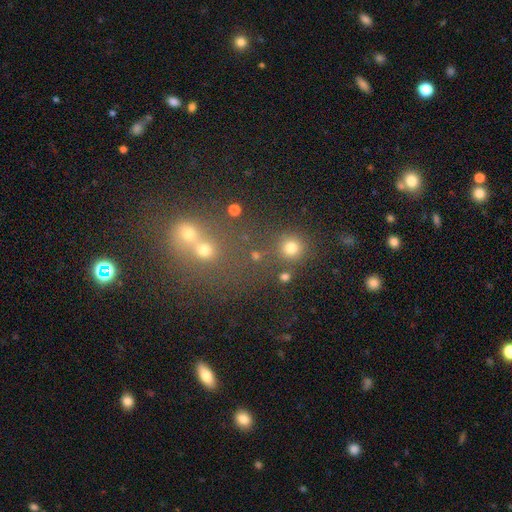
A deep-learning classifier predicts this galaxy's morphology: A smooth galaxy with no disk features (66%) that is round (87%). Merging: none (62%).